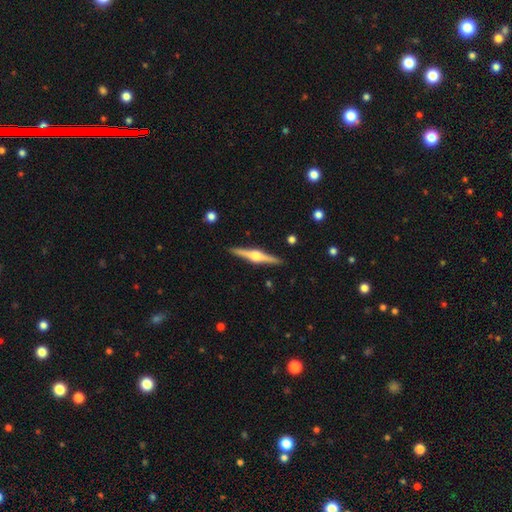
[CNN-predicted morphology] Q: Smooth or featured?
A: featured or disk (82%); runner-up: smooth (13%)
Q: Edge-on disk?
A: yes (98%); runner-up: no (2%)
Q: Edge-on bulge?
A: rounded (93%); runner-up: boxy (5%)
Q: Merging?
A: none (91%); runner-up: minor disturbance (6%)